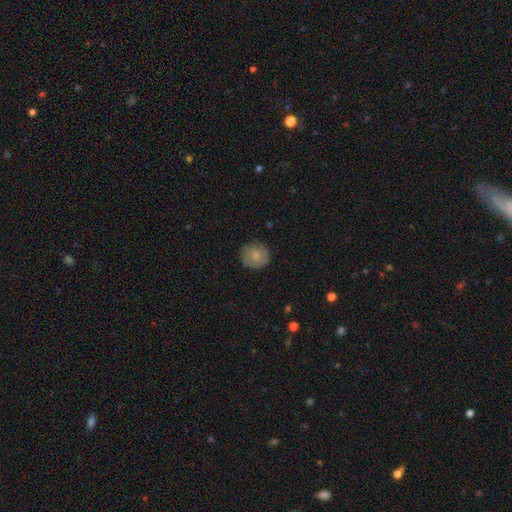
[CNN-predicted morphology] Smooth or featured?
  - smooth: 74% *
  - featured or disk: 19%
  - star or artifact: 7%
How rounded?
  - round: 85% *
  - in between: 14%
  - cigar-shaped: 1%
Merging?
  - none: 80% *
  - minor disturbance: 16%
  - major disturbance: 3%
  - merger: 1%